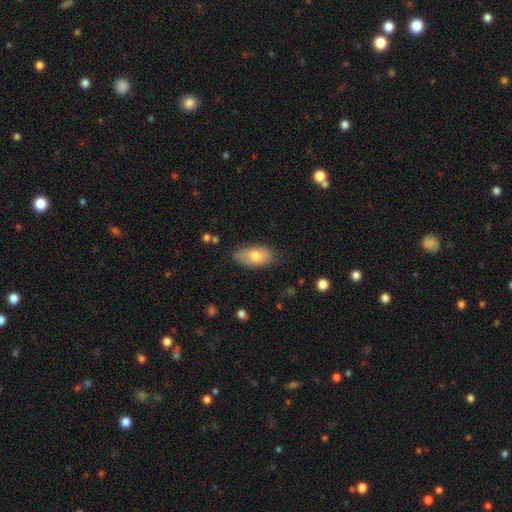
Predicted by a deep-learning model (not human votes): smooth-or-featured: smooth: 74% | featured or disk: 20% | star or artifact: 7%
  how-rounded: in between: 92% | round: 4% | cigar-shaped: 3%
  merging: none: 75% | minor disturbance: 19% | major disturbance: 4% | merger: 2%